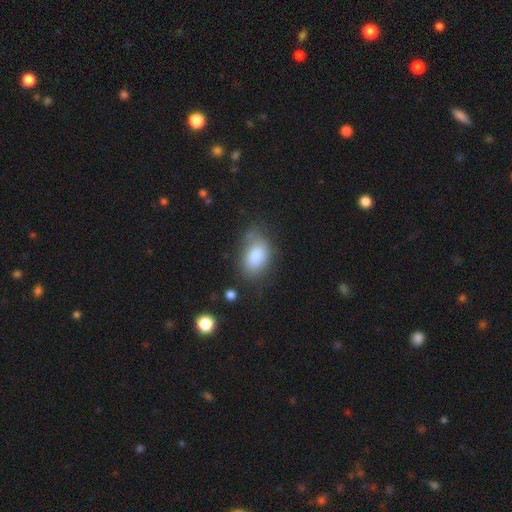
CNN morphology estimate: This is clearly a smooth galaxy (83%). How rounded: clearly in between (89%). Merging: possibly none (60%).